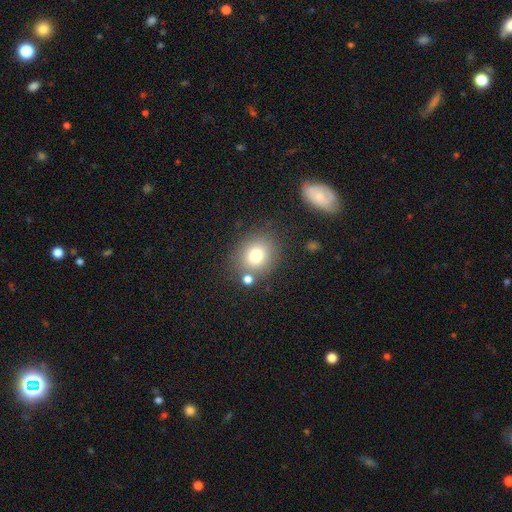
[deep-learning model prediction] Smooth or featured? smooth (77%)
How rounded? round (72%)
Merging? none (75%)